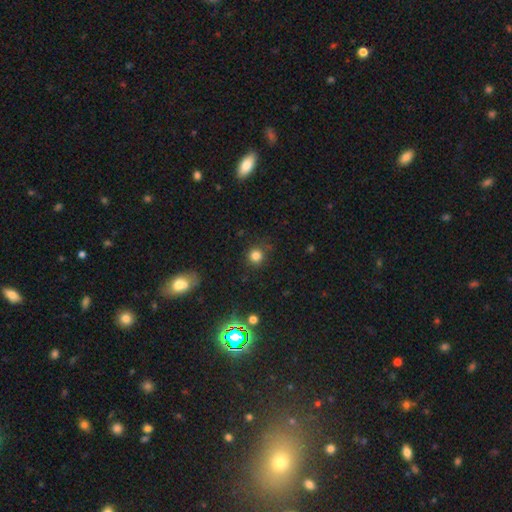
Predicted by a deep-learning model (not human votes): Q: Smooth or featured?
A: smooth (79%); runner-up: star or artifact (16%)
Q: How rounded?
A: round (92%); runner-up: in between (7%)
Q: Merging?
A: none (84%); runner-up: minor disturbance (10%)